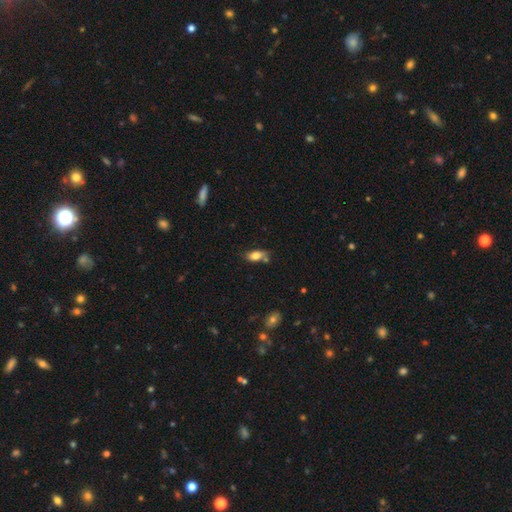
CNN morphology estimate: This is likely a smooth galaxy (77%). How rounded: clearly in between (84%). Merging: possibly none (59%).